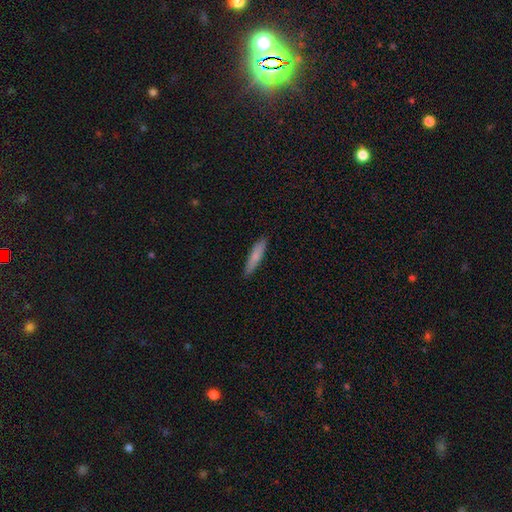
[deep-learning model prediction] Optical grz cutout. It shows a smooth galaxy with no disk features (78%) that is cigar-shaped (84%). Merging: none (88%).